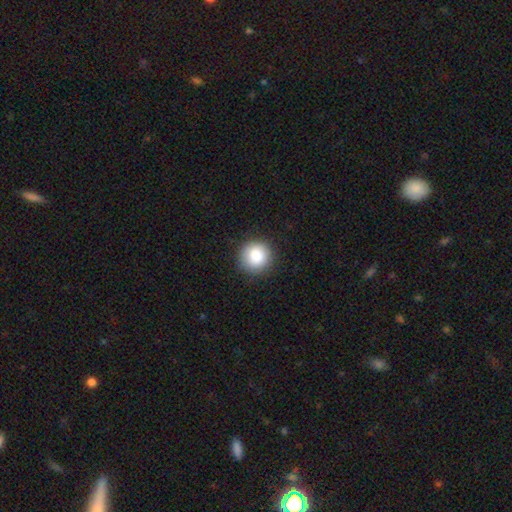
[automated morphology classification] A smooth galaxy with no disk features (86%) that is round (94%).

Vote fractions:
- Smooth or featured? smooth: 86% / star or artifact: 9% / featured or disk: 5%
- How rounded? round: 94% / in between: 5% / cigar-shaped: 1%
- Merging? none: 89% / minor disturbance: 8% / major disturbance: 2% / merger: 1%